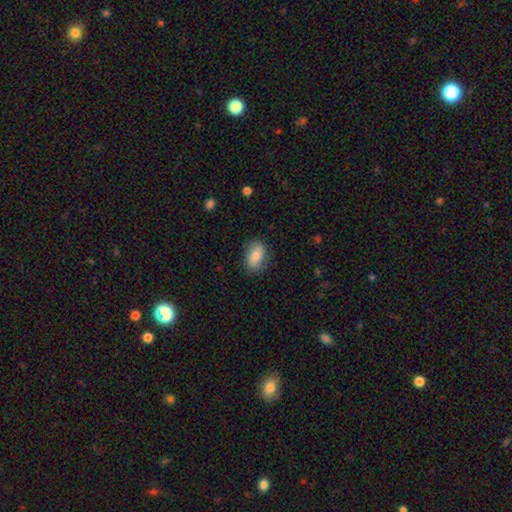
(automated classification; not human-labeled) Smooth or featured: smooth — 76% (featured or disk — 17%)
How rounded: in between — 86% (round — 11%)
Merging: none — 80% (minor disturbance — 15%)